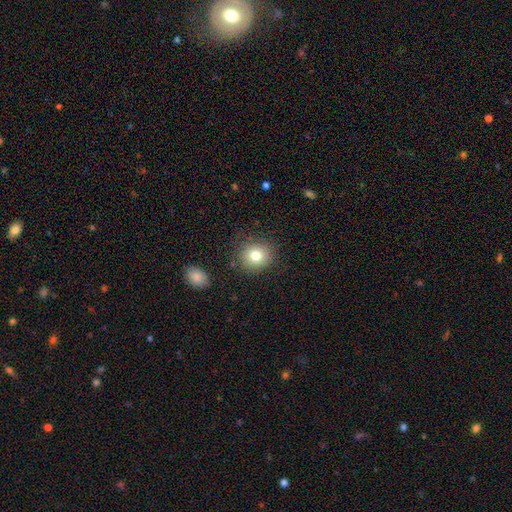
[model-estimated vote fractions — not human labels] Smooth or featured? Predicted: smooth (p=0.80). How rounded? Predicted: round (p=0.81). Merging? Predicted: none (p=0.84).